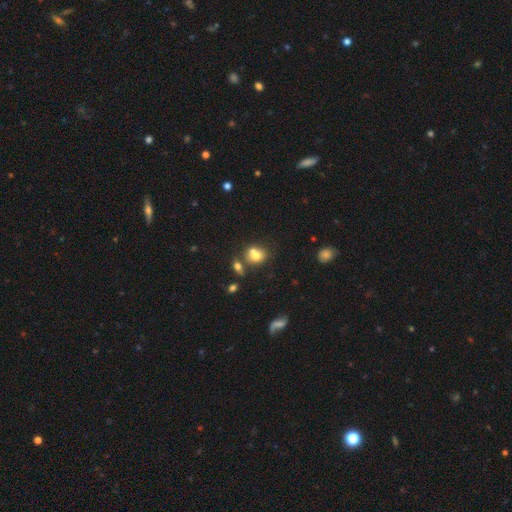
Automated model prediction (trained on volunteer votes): Smooth or featured? Predicted: smooth (p=0.67). How rounded? Predicted: round (p=0.58). Merging? Predicted: merger (p=0.51).